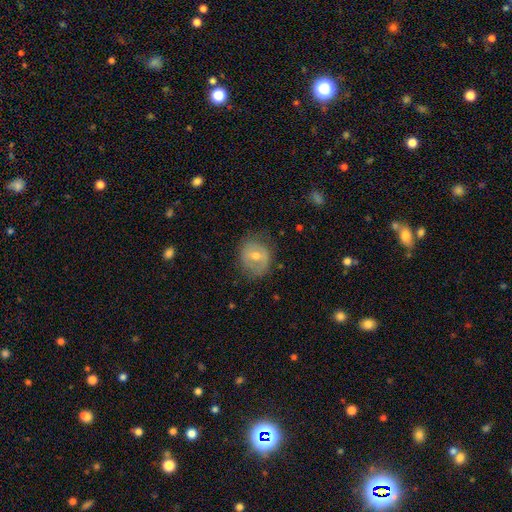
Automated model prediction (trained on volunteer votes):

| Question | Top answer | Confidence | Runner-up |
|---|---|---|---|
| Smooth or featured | featured or disk | 49% | smooth (42%) |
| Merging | none | 73% | minor disturbance (19%) |